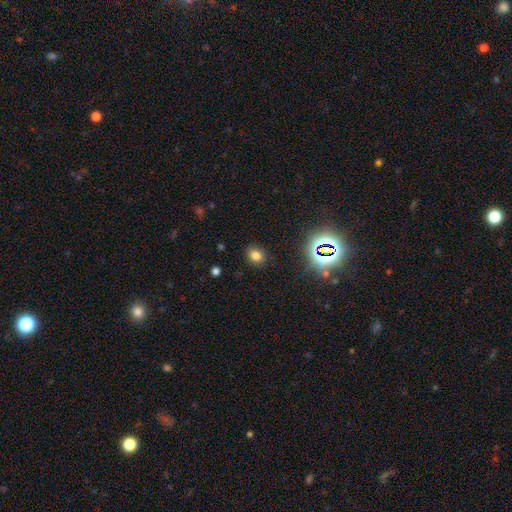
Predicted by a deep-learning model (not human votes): A smooth galaxy with no disk features (74%) that is round (56%).

Vote fractions:
- Smooth or featured? smooth: 74% / star or artifact: 19% / featured or disk: 6%
- How rounded? round: 56% / in between: 43% / cigar-shaped: 1%
- Merging? none: 87% / minor disturbance: 9% / major disturbance: 3% / merger: 1%